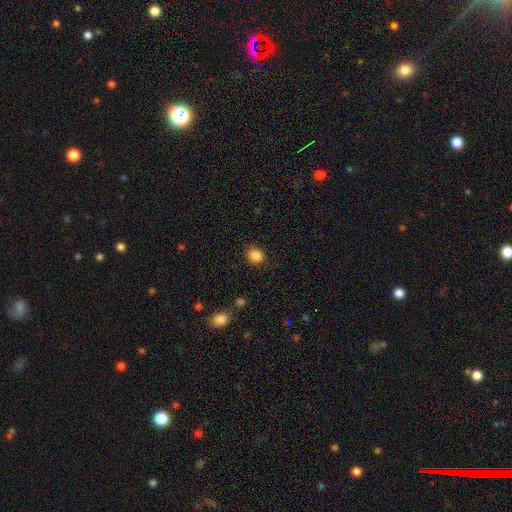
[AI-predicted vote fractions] This appears to be a smooth galaxy with no disk features (86%) that is round (67%). Merging: none (83%).